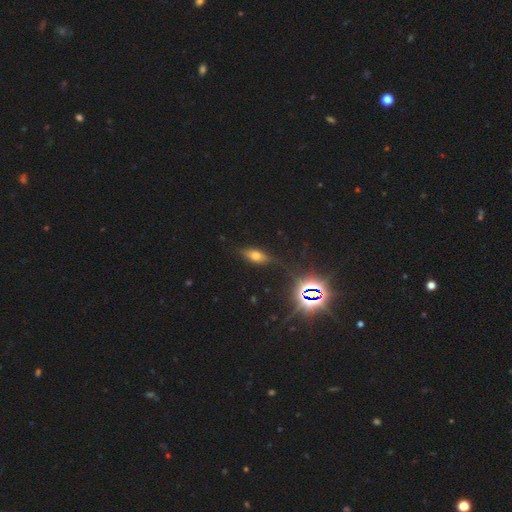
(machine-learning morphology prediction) A smooth galaxy with no disk features (56%) that is in between round and cigar-shaped (76%).

Vote fractions:
- Smooth or featured? smooth: 56% / star or artifact: 23% / featured or disk: 21%
- How rounded? in between: 76% / cigar-shaped: 17% / round: 7%
- Merging? none: 78% / minor disturbance: 15% / major disturbance: 4% / merger: 2%